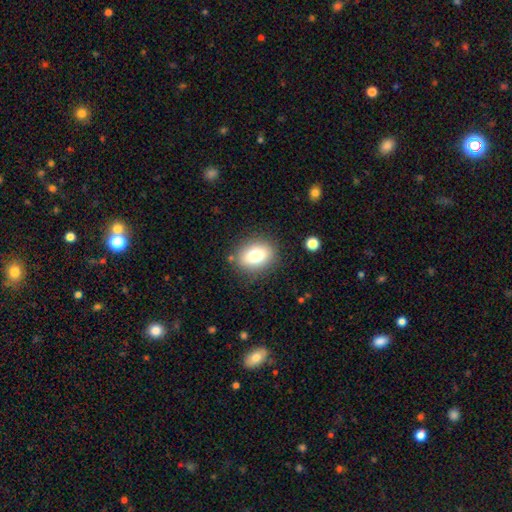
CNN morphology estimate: Smooth or featured: smooth — 77% (featured or disk — 13%)
How rounded: in between — 57% (round — 41%)
Merging: none — 84% (minor disturbance — 10%)